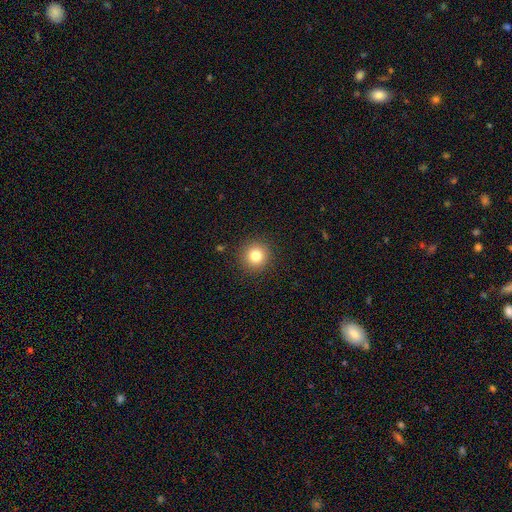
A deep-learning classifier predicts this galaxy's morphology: Overall: smooth (81%). How rounded: round (94%). Merging: none (91%).